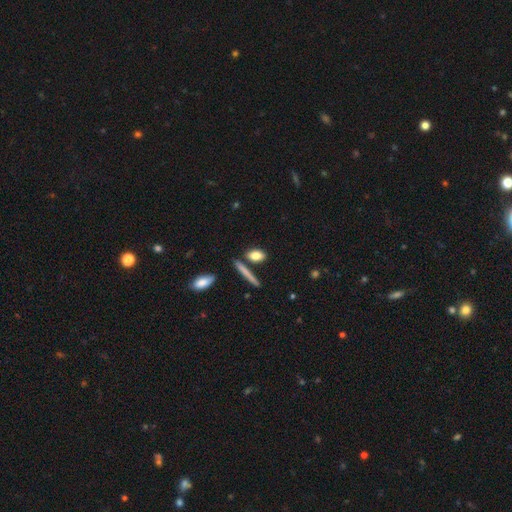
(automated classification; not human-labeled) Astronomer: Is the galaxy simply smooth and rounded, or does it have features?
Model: smooth — 81%.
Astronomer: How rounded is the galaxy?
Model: in between — 66%.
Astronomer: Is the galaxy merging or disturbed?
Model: none — 75%.